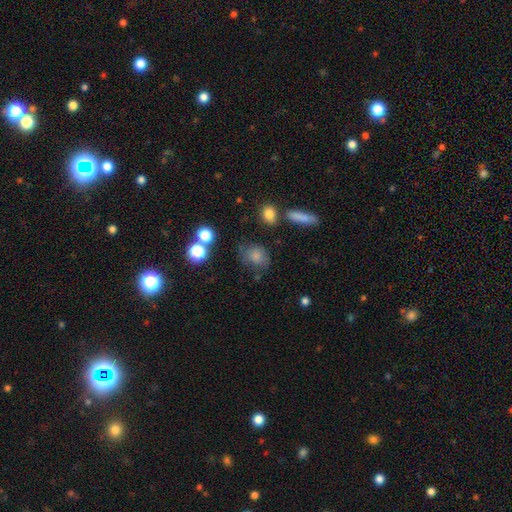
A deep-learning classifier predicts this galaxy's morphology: Smooth or featured? smooth (76%)
How rounded? round (49%, tied with in between)
Merging? none (60%)